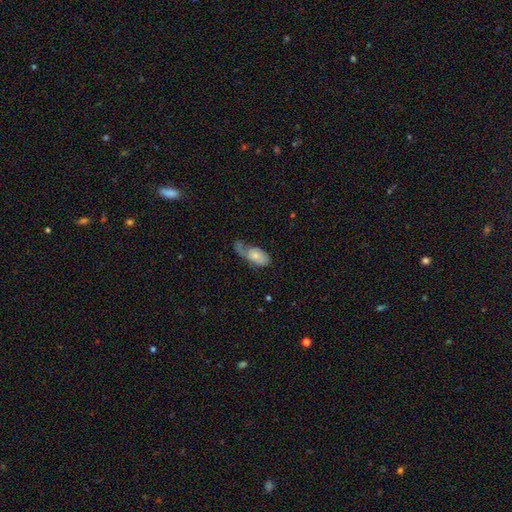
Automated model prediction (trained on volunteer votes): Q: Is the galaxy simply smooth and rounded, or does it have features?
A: smooth — 53%.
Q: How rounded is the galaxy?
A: in between — 91%.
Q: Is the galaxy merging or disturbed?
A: major disturbance — 45%.